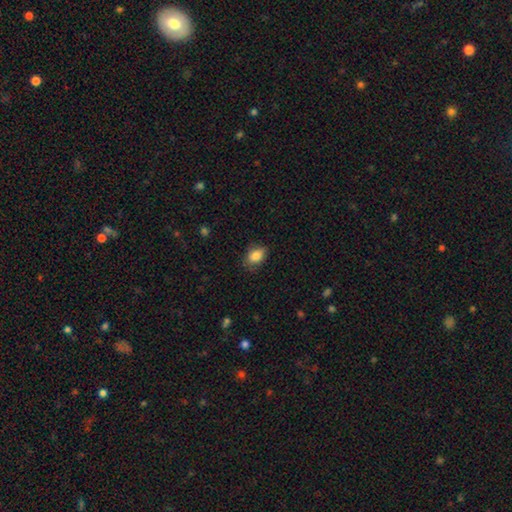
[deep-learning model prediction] smooth 85%, star or artifact 8%, featured or disk 7%. Down the decision tree: how rounded — in between (83%); merging — none (73%).